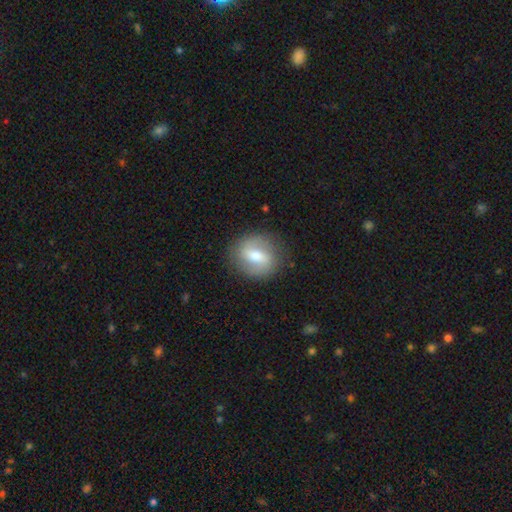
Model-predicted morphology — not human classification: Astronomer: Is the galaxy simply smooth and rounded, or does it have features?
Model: smooth — 47% (runner-up: featured or disk, 45%).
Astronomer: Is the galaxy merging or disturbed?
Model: none — 82%.